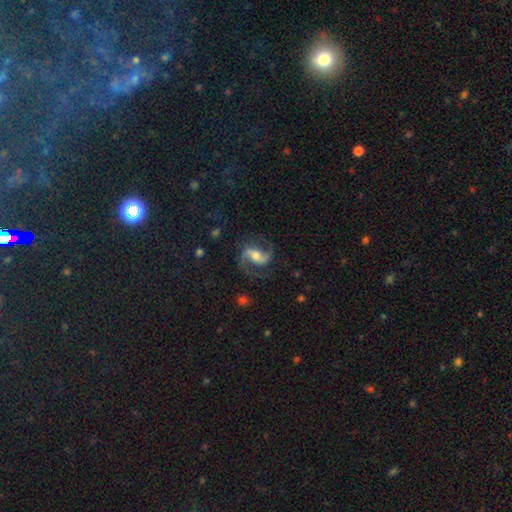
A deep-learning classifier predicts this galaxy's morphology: featured or disk 87%, star or artifact 6%, smooth 6%. Down the decision tree: edge-on disk — no (97%); bar — weak (39%); spiral arms — yes (97%); spiral arm count — 2 (93%); spiral winding — medium (51%); bulge size — moderate (57%); merging — none (75%).